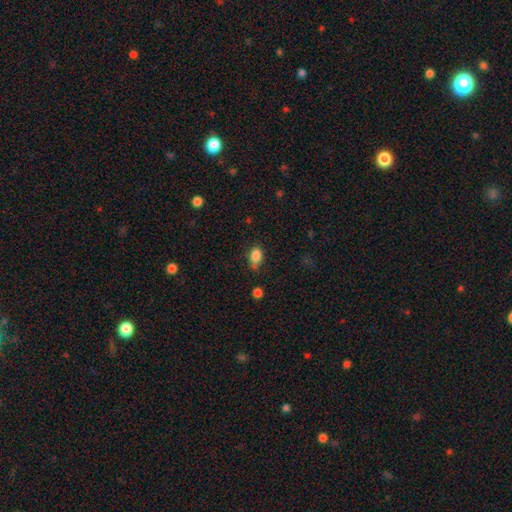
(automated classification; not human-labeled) A smooth galaxy with no disk features (85%) that is in between round and cigar-shaped (80%).

Vote fractions:
- Smooth or featured? smooth: 85% / star or artifact: 9% / featured or disk: 5%
- How rounded? in between: 80% / round: 18% / cigar-shaped: 2%
- Merging? none: 55% / minor disturbance: 34% / major disturbance: 8% / merger: 4%